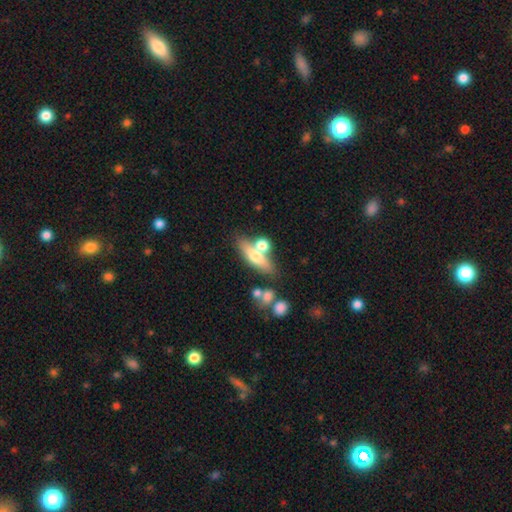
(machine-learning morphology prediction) Smooth or featured? smooth (55%)
How rounded? cigar-shaped (49%)
Merging? none (55%)